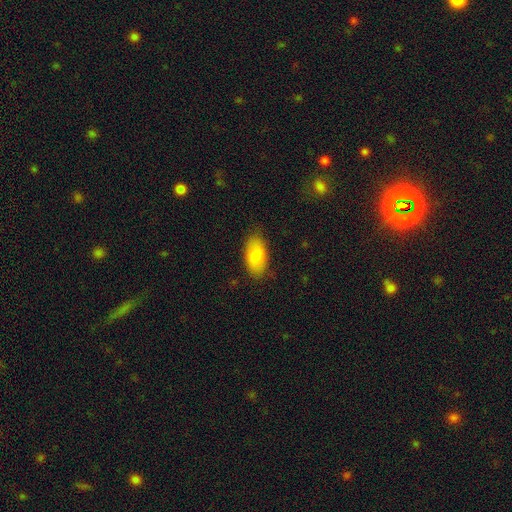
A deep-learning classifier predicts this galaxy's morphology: A smooth galaxy with no disk features (83%) that is in between round and cigar-shaped (93%).

Vote fractions:
- Smooth or featured? smooth: 83% / featured or disk: 11% / star or artifact: 6%
- How rounded? in between: 93% / cigar-shaped: 4% / round: 3%
- Merging? none: 79% / minor disturbance: 16% / major disturbance: 4% / merger: 1%